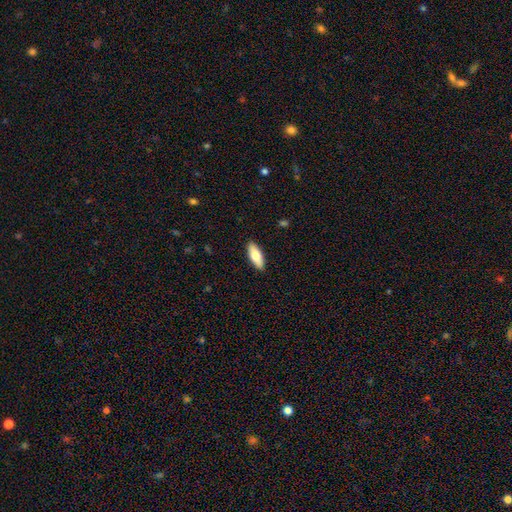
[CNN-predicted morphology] Smooth or featured?
  - smooth: 72% *
  - featured or disk: 23%
  - star or artifact: 6%
How rounded?
  - in between: 74% *
  - cigar-shaped: 24%
  - round: 2%
Merging?
  - none: 90% *
  - minor disturbance: 8%
  - major disturbance: 2%
  - merger: 1%